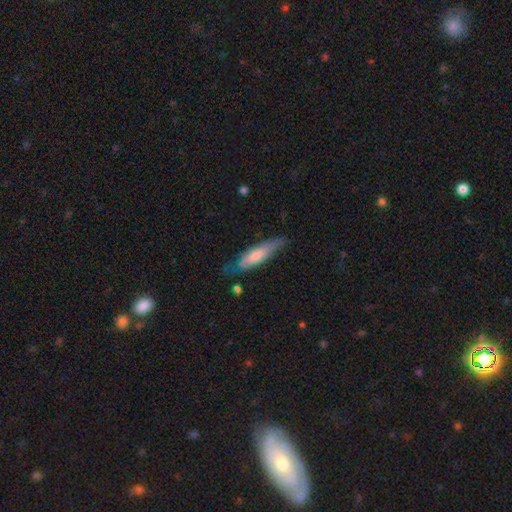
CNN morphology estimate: Overall: smooth (58%; featured or disk 36%). How rounded: cigar-shaped (69%; in between 29%). Merging: none (65%; minor disturbance 26%).